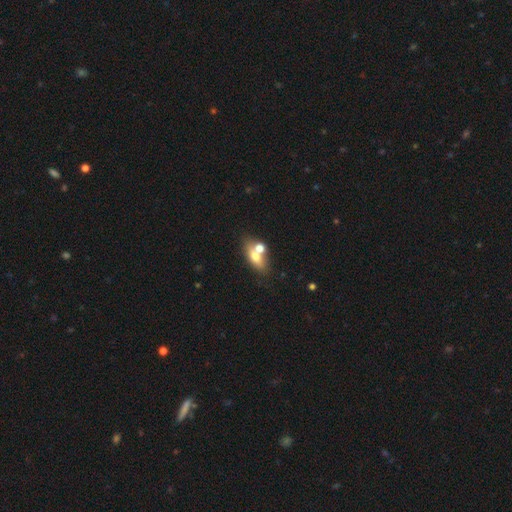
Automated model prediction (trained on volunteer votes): Smooth or featured? smooth (63%)
How rounded? in between (72%)
Merging? none (46%)